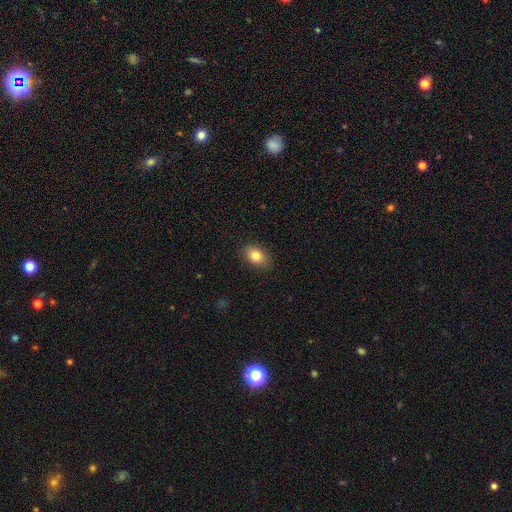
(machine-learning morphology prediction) This is clearly a smooth galaxy (83%). How rounded: clearly in between (81%). Merging: clearly none (87%).